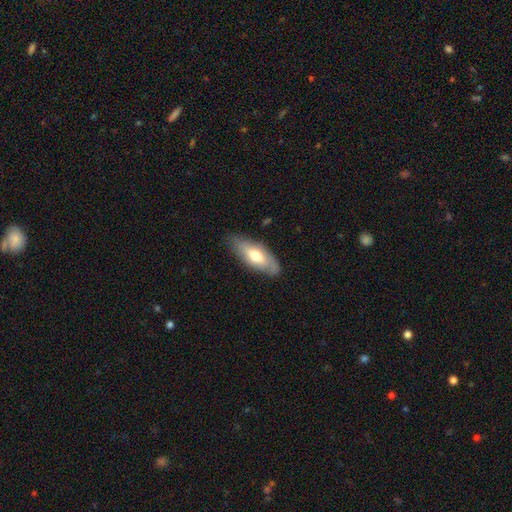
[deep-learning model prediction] The model was most divided on "smooth or featured": smooth: 62%, featured or disk: 33%, star or artifact: 6%. More confident: merging — none (78%); how rounded — in between (74%).